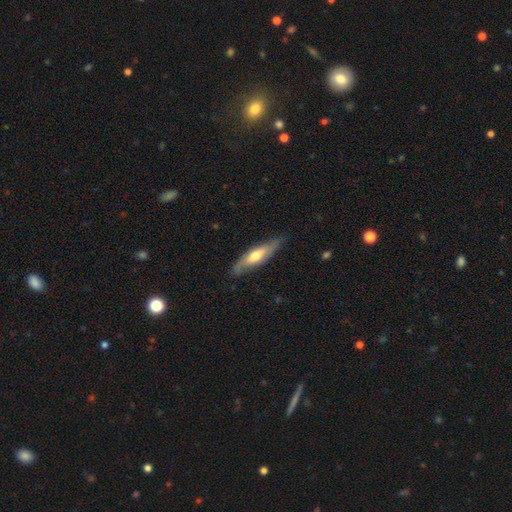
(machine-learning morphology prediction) type=smooth (48%); merging=none (79%).